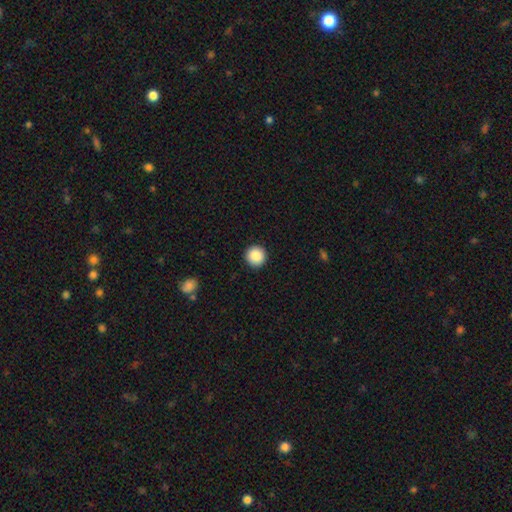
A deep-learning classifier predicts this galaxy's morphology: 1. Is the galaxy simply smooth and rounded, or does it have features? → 89% smooth, 8% star or artifact, 3% featured or disk.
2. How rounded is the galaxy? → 96% round, 3% in between, 1% cigar-shaped.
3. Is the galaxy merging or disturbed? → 93% none, 4% minor disturbance, 2% major disturbance, 1% merger.